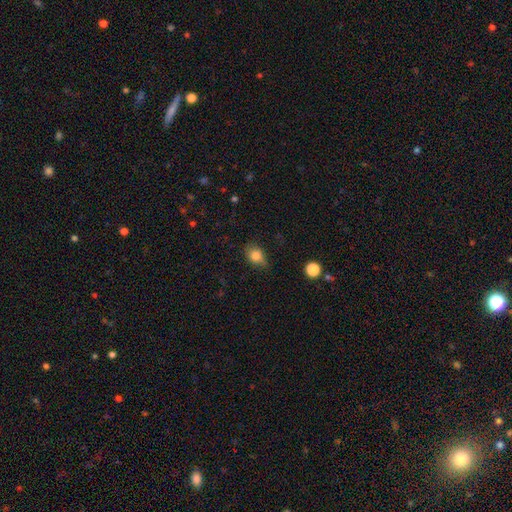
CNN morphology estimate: type=smooth (82%); roundness=in between (52%); merging=none (60%).